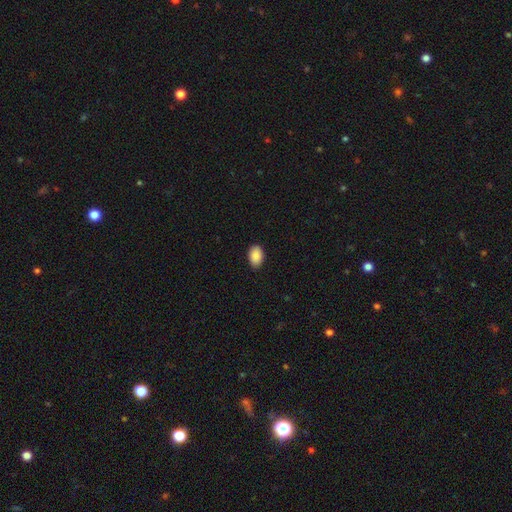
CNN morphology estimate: This appears to be a smooth galaxy with no disk features (89%) that is in between round and cigar-shaped (88%). Merging: none (87%).